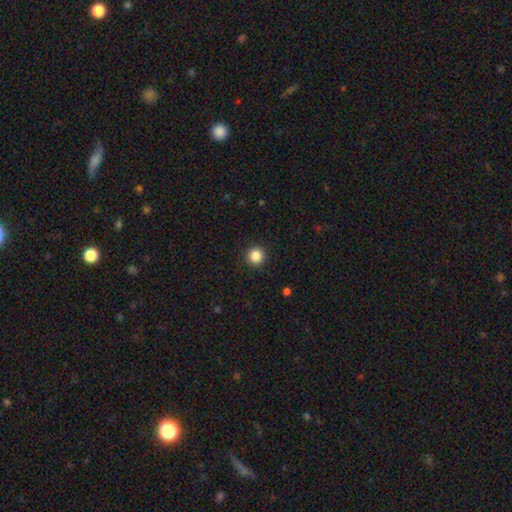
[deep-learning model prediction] smooth 86%, star or artifact 11%, featured or disk 3%. Down the decision tree: how rounded — round (95%); merging — none (93%).